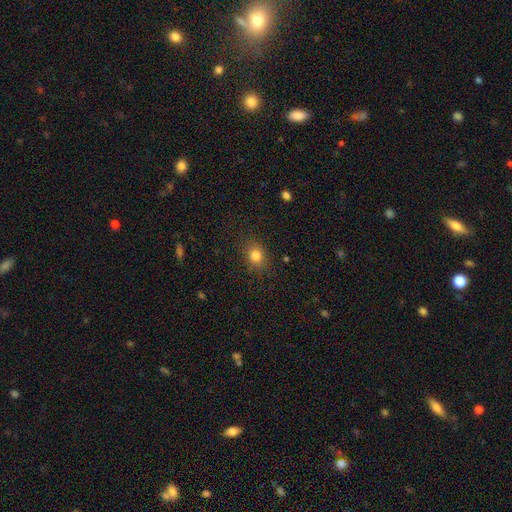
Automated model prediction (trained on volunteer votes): This appears to be a smooth galaxy with no disk features (81%) that is round (55%). Merging: none (85%).